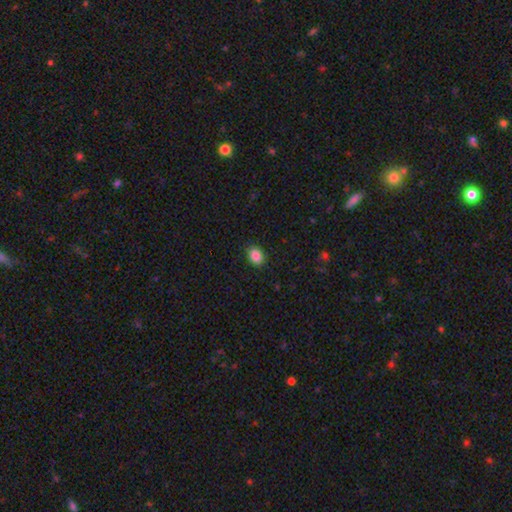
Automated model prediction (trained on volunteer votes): Smooth or featured? smooth (88%)
How rounded? in between (69%)
Merging? none (89%)